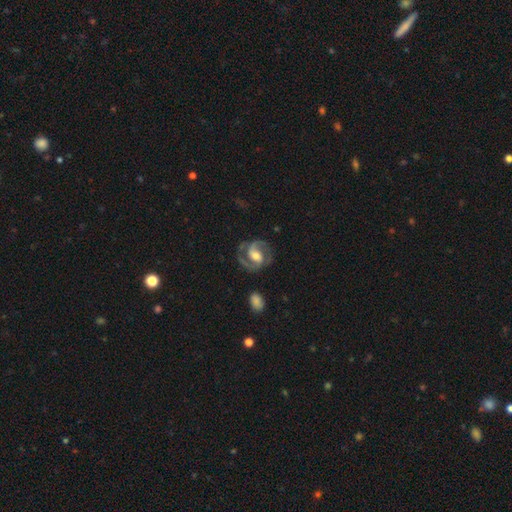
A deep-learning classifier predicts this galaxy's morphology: A featured or disk galaxy (88%) with a weak bar (43%), 2 (91%) medium (57%) spiral arms (97%) and a moderate central bulge (64%).

Vote fractions:
- Smooth or featured? featured or disk: 88% / smooth: 7% / star or artifact: 5%
- Edge-on disk? no: 98% / yes: 2%
- Bar? weak: 43% / strong: 31% / no: 26%
- Spiral arms? yes: 97% / no: 3%
- Spiral winding? medium: 57% / tight: 31% / loose: 12%
- Spiral arm count? 2: 91% / can't tell: 3% / 3: 2% / 1: 2% / 4: 1% / more than 4: 1%
- Bulge size? moderate: 64% / small: 21% / large: 12% / none: 2% / dominant: 1%
- Merging? none: 77% / minor disturbance: 14% / major disturbance: 7% / merger: 2%